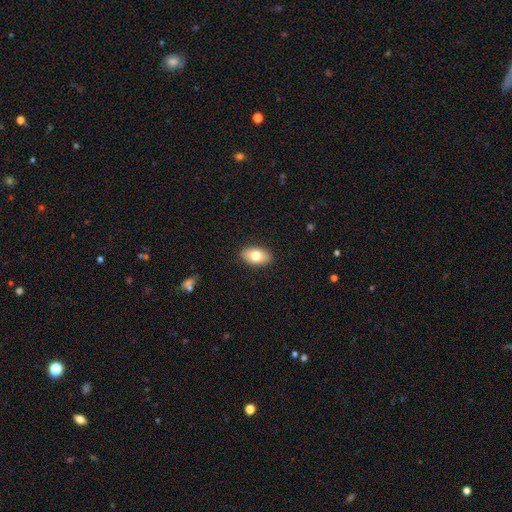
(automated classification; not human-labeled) Q: Smooth or featured?
A: smooth (77%); runner-up: featured or disk (16%)
Q: How rounded?
A: in between (91%); runner-up: round (8%)
Q: Merging?
A: none (89%); runner-up: minor disturbance (8%)